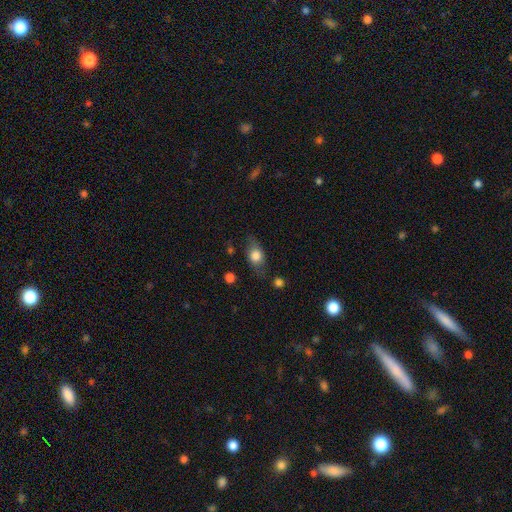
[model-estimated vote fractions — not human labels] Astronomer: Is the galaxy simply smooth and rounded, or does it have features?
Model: smooth — 68%.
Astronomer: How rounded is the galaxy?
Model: in between — 66%.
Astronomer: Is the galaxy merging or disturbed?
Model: none — 68%.